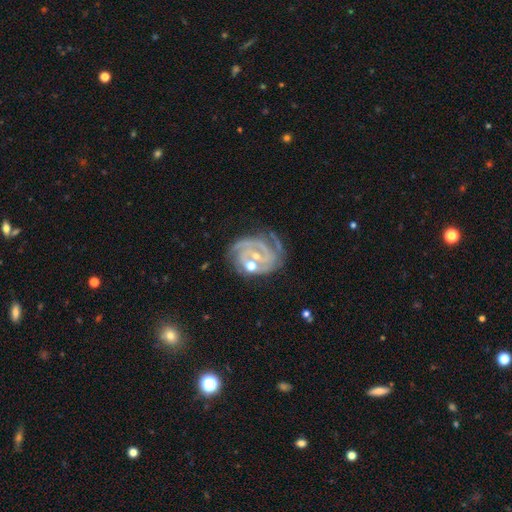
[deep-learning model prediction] A featured or disk galaxy (86%) with no bar (55%), 2 (34%) tight (69%) spiral arms (96%) and a small central bulge (58%). Merging: none (60%).